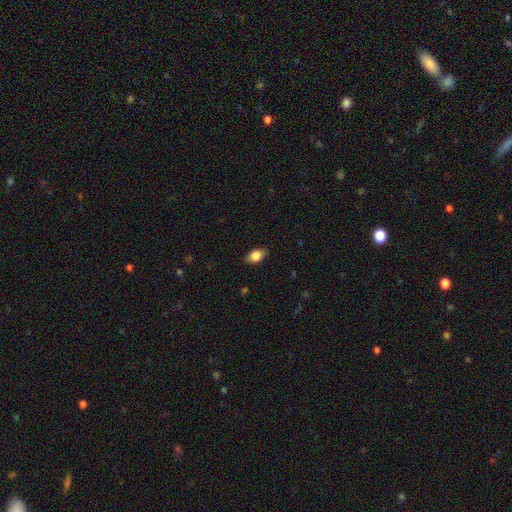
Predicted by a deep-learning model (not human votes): smooth_or_featured: smooth (p=0.82) [alt: featured or disk p=0.10]
how_rounded: in between (p=0.84) [alt: round p=0.13]
merging: none (p=0.83) [alt: minor disturbance p=0.14]